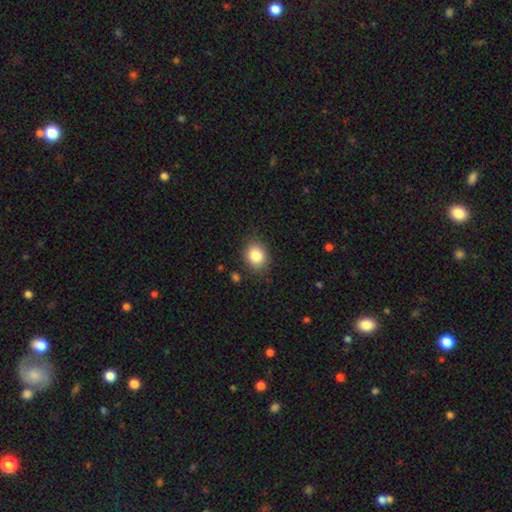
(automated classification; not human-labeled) A smooth galaxy with no disk features (84%) that is round (57%). Merging: none (84%).